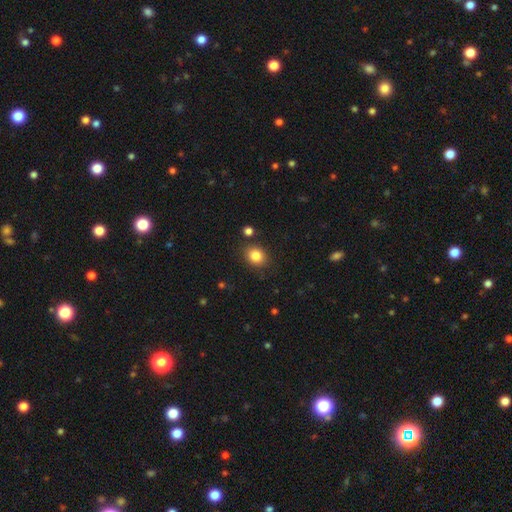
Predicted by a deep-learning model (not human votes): Smooth or featured?
  - smooth: 84% *
  - star or artifact: 10%
  - featured or disk: 6%
How rounded?
  - round: 59% *
  - in between: 40%
  - cigar-shaped: 1%
Merging?
  - none: 83% *
  - minor disturbance: 10%
  - merger: 4%
  - major disturbance: 3%